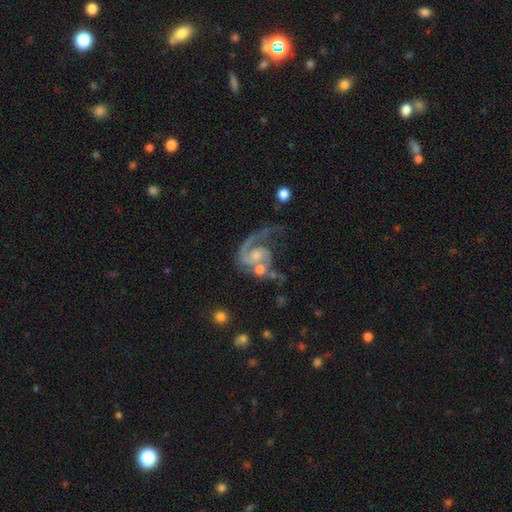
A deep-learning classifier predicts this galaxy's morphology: featured or disk 88%, smooth 6%, star or artifact 5%. Down the decision tree: edge-on disk — no (98%); bar — no (58%); spiral arms — yes (97%); spiral arm count — 2 (49%); spiral winding — medium (50%); bulge size — small (42%, tied with moderate); merging — none (39%).